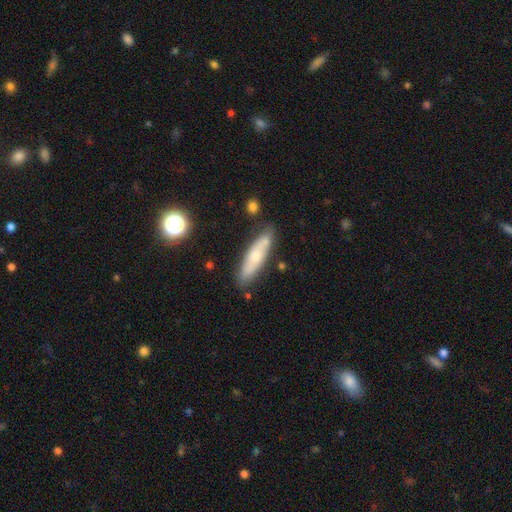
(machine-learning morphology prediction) Smooth or featured: smooth — 52% (featured or disk — 41%)
How rounded: cigar-shaped — 69% (in between — 29%)
Merging: none — 78% (minor disturbance — 15%)